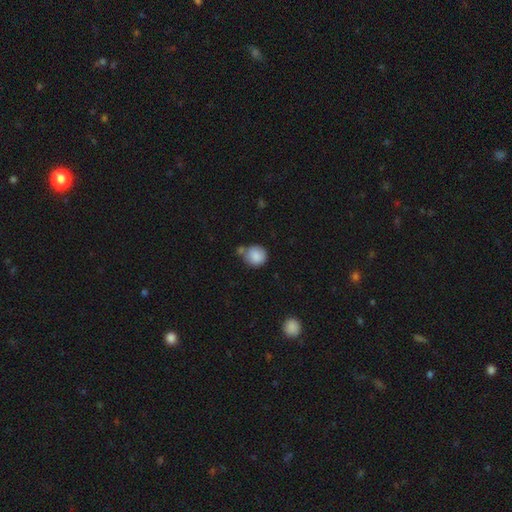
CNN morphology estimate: A smooth galaxy with no disk features (86%) that is round (86%).

Vote fractions:
- Smooth or featured? smooth: 86% / star or artifact: 8% / featured or disk: 6%
- How rounded? round: 86% / in between: 14% / cigar-shaped: 1%
- Merging? none: 54% / merger: 23% / minor disturbance: 18% / major disturbance: 5%